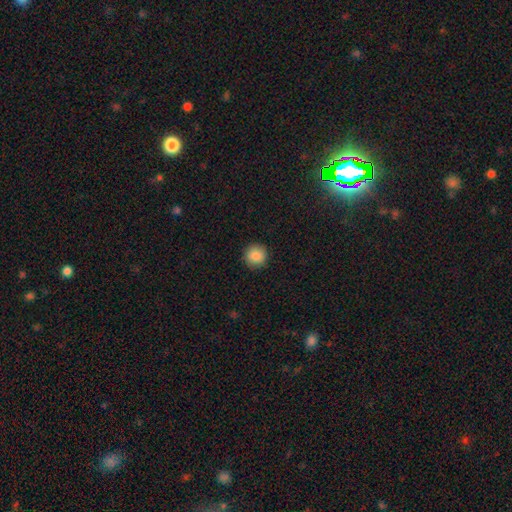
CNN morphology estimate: smooth 87%, star or artifact 9%, featured or disk 4%. Down the decision tree: how rounded — round (95%); merging — none (92%).